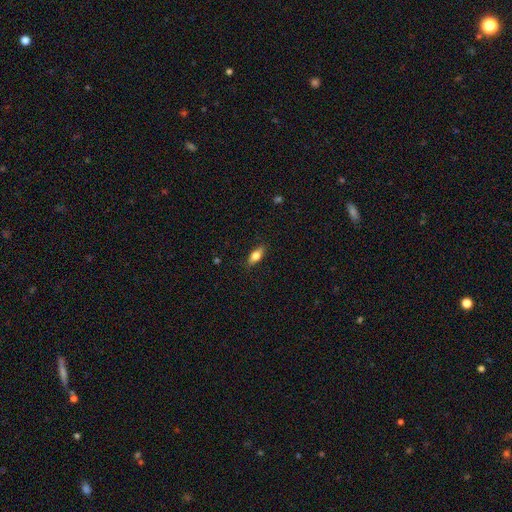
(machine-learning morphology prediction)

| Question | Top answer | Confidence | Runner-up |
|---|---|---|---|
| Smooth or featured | smooth | 70% | featured or disk (22%) |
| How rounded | in between | 77% | cigar-shaped (19%) |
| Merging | none | 85% | minor disturbance (12%) |